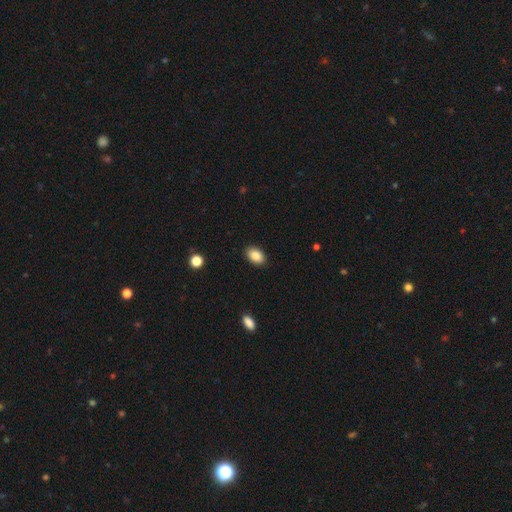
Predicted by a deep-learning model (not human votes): Smooth or featured?
  - smooth: 88% *
  - star or artifact: 8%
  - featured or disk: 4%
How rounded?
  - in between: 89% *
  - round: 10%
  - cigar-shaped: 1%
Merging?
  - none: 89% *
  - minor disturbance: 8%
  - major disturbance: 2%
  - merger: 1%